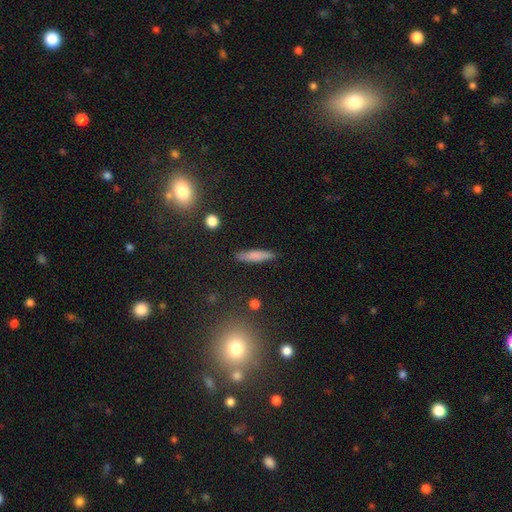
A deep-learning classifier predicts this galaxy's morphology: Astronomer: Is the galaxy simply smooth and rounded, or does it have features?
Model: smooth — 76%.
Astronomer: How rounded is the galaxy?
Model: cigar-shaped — 83%.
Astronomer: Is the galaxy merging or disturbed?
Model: none — 88%.